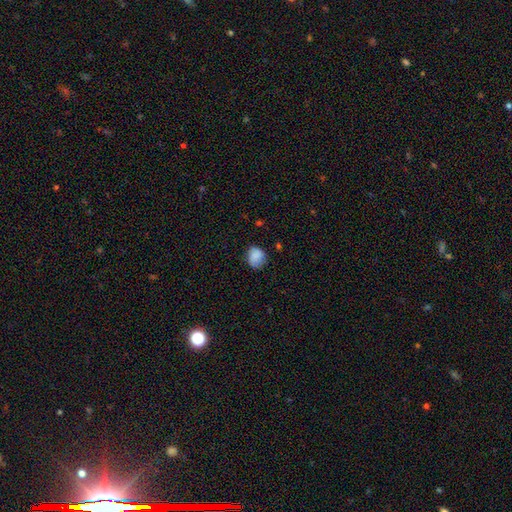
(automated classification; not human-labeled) Morphology: type=smooth (81%); roundness=round (67%); merging=none (63%).